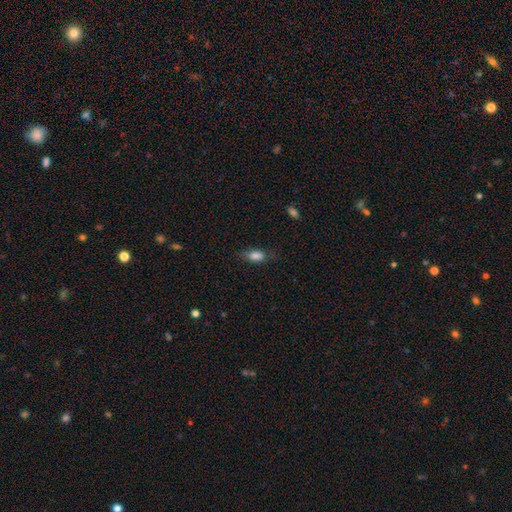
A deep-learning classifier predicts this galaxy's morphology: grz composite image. It shows a smooth galaxy with no disk features (80%) that is in between round and cigar-shaped (80%). Merging: none (69%).